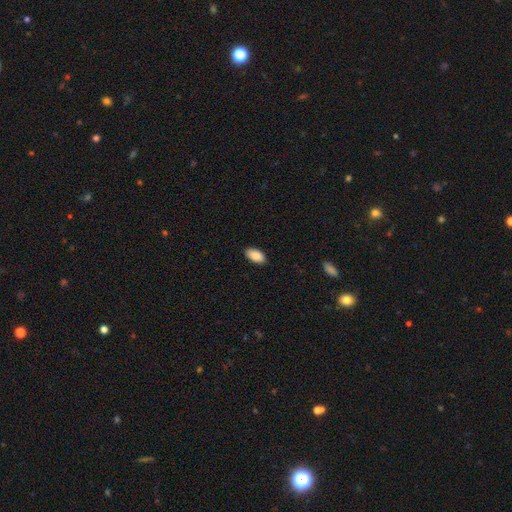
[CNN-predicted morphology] This is clearly a smooth galaxy (88%). How rounded: clearly in between (95%). Merging: clearly none (89%).